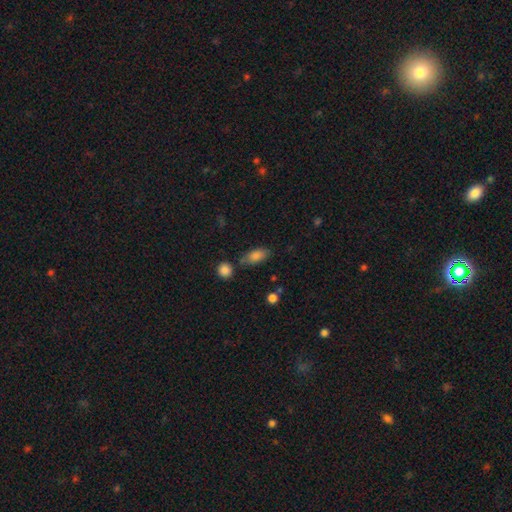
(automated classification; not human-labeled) Morphology: type=smooth (82%); roundness=in between (87%); merging=none (72%).